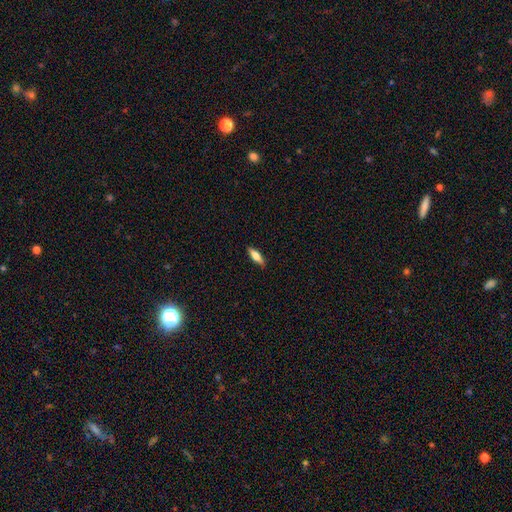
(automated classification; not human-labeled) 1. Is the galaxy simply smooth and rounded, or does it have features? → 65% smooth, 28% featured or disk, 7% star or artifact.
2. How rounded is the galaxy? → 49% cigar-shaped, 48% in between, 2% round.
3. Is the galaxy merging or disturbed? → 87% none, 10% minor disturbance, 2% major disturbance, 1% merger.